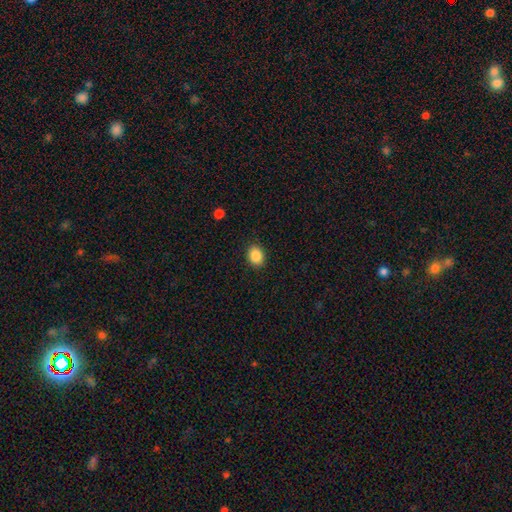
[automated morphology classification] Smooth or featured? smooth (88%)
How rounded? in between (61%)
Merging? none (89%)